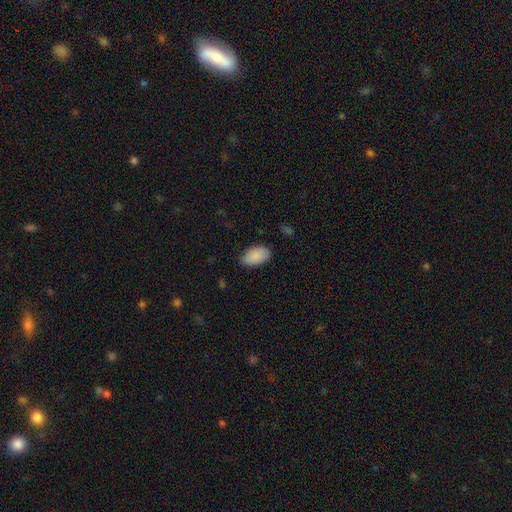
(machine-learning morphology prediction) smooth-or-featured: smooth: 90% | star or artifact: 6% | featured or disk: 4%
  how-rounded: in between: 95% | round: 4% | cigar-shaped: 1%
  merging: none: 83% | minor disturbance: 13% | major disturbance: 3% | merger: 1%